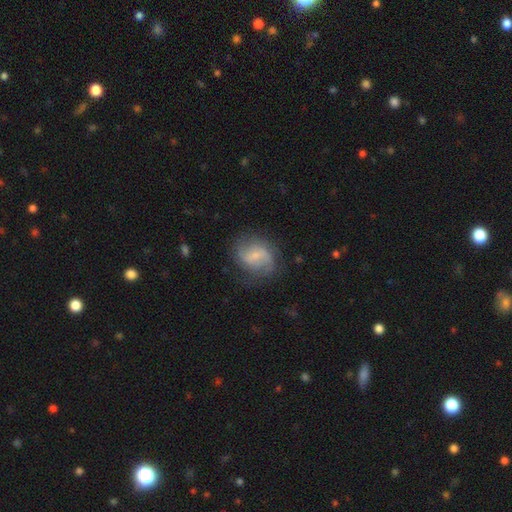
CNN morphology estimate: Smooth or featured? featured or disk (68%)
Edge-on disk? no (97%)
Bar? weak (51%)
Spiral arms? yes (90%)
Spiral winding? loose (45%)
Spiral arm count? 2 (78%)
Bulge size? small (67%)
Merging? none (71%)